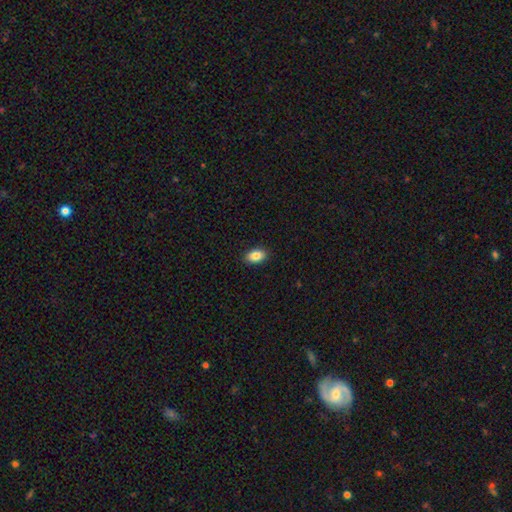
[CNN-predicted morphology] smooth 87%, star or artifact 8%, featured or disk 5%. Down the decision tree: how rounded — in between (90%); merging — none (90%).